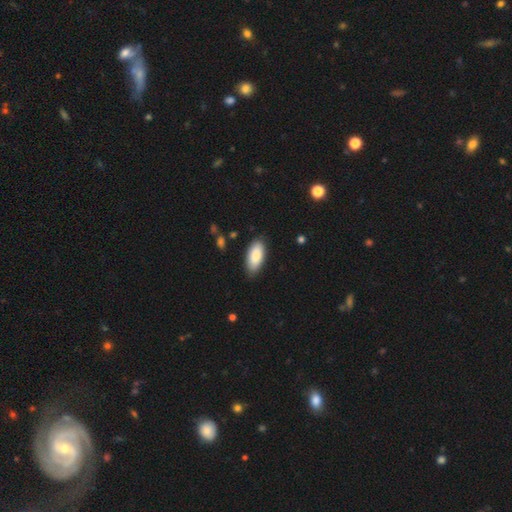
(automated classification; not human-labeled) This is clearly a smooth galaxy (85%). How rounded: clearly in between (90%). Merging: clearly none (85%).